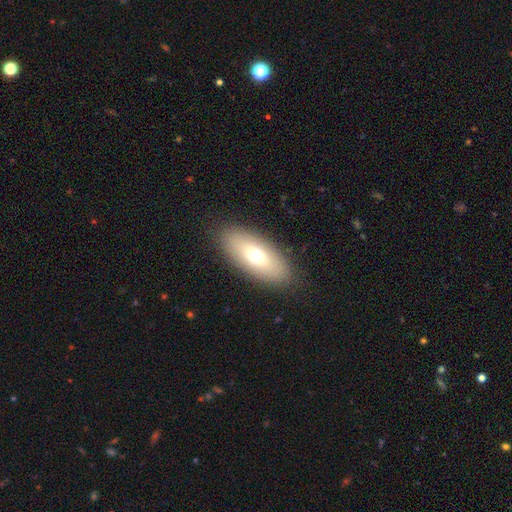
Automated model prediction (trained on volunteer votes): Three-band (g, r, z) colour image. It shows a smooth galaxy with no disk features (69%) that is in between round and cigar-shaped (85%). Merging: none (87%).